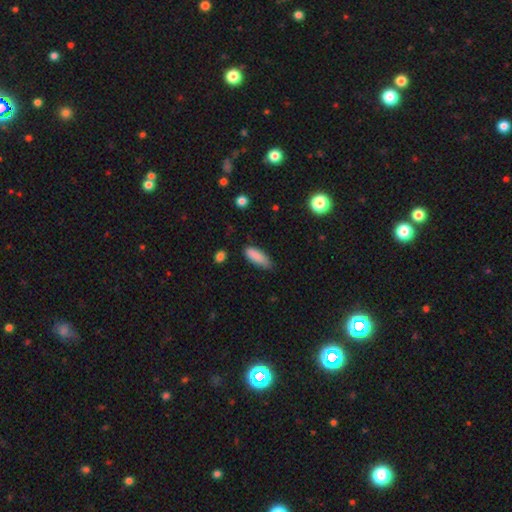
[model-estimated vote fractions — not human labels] This is clearly a smooth galaxy (88%). How rounded: likely in between (67%). Merging: likely none (69%).